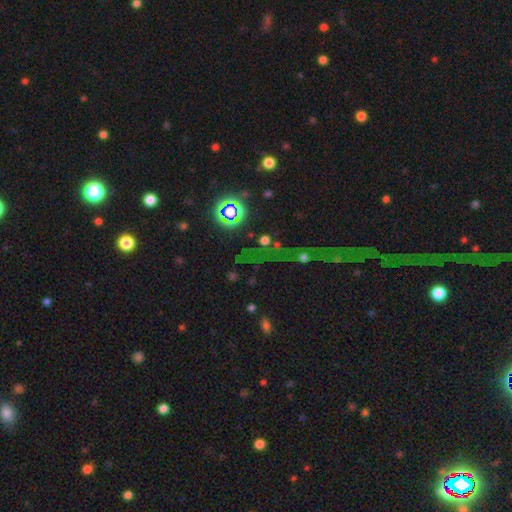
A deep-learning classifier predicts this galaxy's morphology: Q: Smooth or featured?
A: star or artifact (71%); runner-up: smooth (17%)